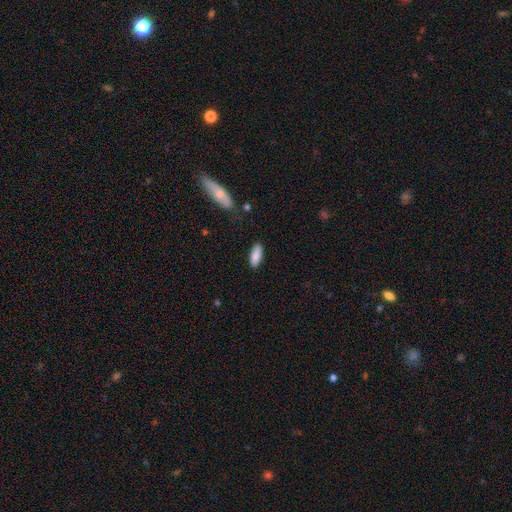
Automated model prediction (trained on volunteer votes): Overall: smooth (86%). How rounded: in between (72%). Merging: none (85%).